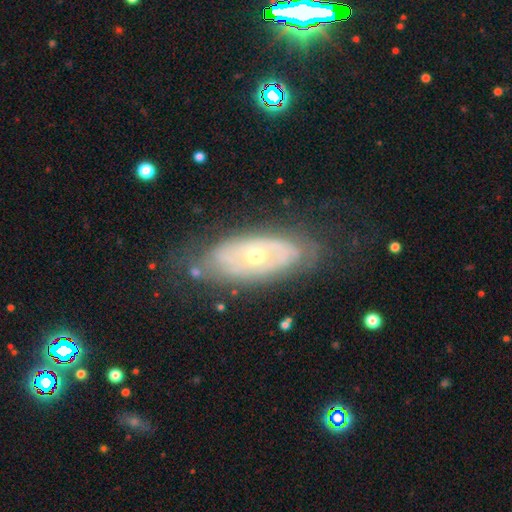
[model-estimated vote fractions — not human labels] This appears to be a featured or disk galaxy (75%) with no bar (83%), spiral arms (56%) and a moderate central bulge (55%). Merging: none (72%).